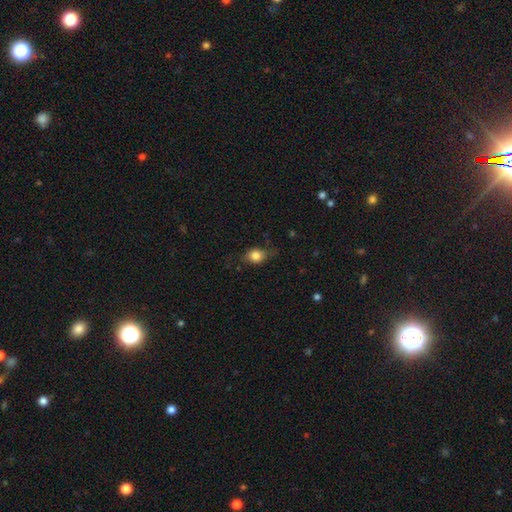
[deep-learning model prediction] A smooth galaxy with no disk features (78%) that is in between round and cigar-shaped (49%). Merging: none (65%).